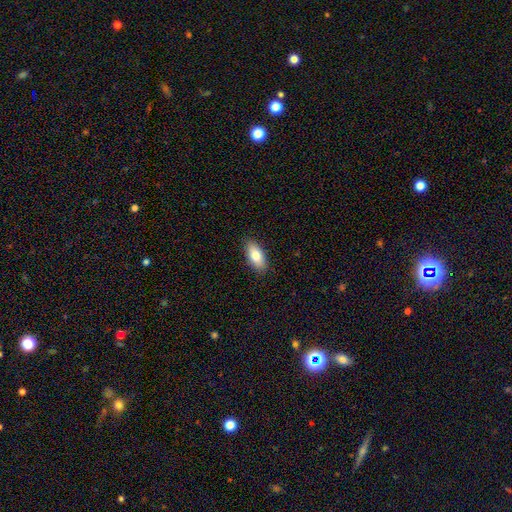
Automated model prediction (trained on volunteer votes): This is likely a smooth galaxy (80%). How rounded: clearly in between (88%). Merging: clearly none (88%).